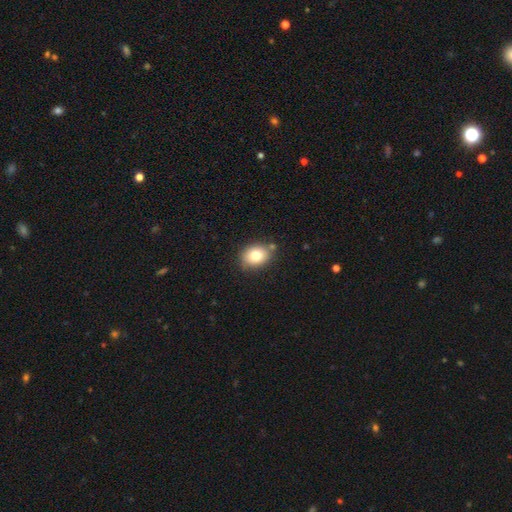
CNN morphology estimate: A smooth galaxy with no disk features (77%) that is in between round and cigar-shaped (55%).

Vote fractions:
- Smooth or featured? smooth: 77% / featured or disk: 13% / star or artifact: 10%
- How rounded? in between: 55% / round: 44% / cigar-shaped: 1%
- Merging? none: 75% / minor disturbance: 16% / merger: 6% / major disturbance: 3%